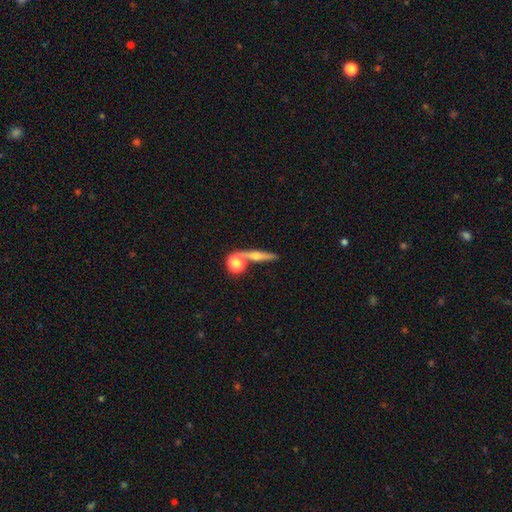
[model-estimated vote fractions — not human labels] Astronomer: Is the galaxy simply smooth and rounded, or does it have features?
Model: featured or disk — 57% (runner-up: smooth, 33%).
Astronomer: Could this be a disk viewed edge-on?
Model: yes — 91%.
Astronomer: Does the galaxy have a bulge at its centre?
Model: rounded — 92%.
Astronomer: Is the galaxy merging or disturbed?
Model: none — 71%.